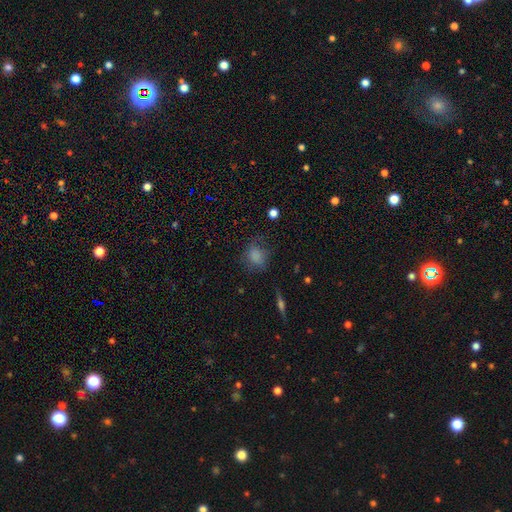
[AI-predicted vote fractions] A smooth galaxy with no disk features (78%) that is round (60%). Merging: none (60%).